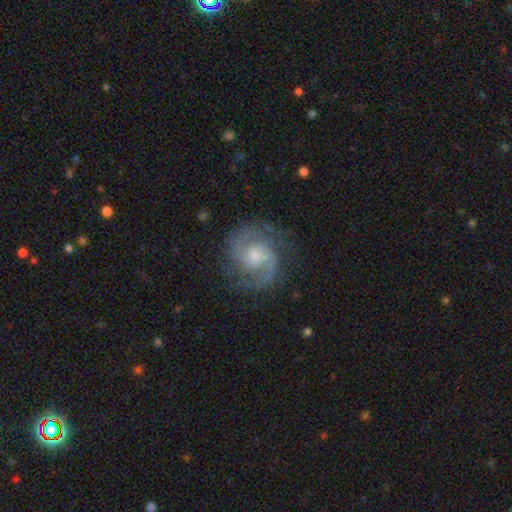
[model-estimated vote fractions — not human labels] Smooth or featured? featured or disk (88%)
Edge-on disk? no (98%)
Bar? no (57%)
Spiral arms? yes (97%)
Spiral winding? medium (52%)
Spiral arm count? 2 (79%)
Bulge size? moderate (45%)
Merging? none (76%)